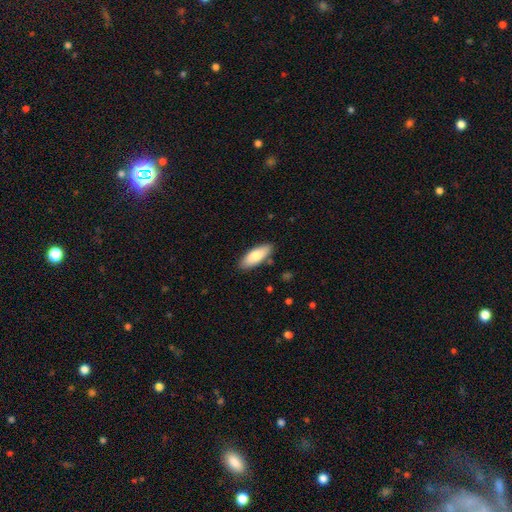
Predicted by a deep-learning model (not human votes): Smooth or featured? Predicted: smooth (p=0.78). How rounded? Predicted: in between (p=0.73). Merging? Predicted: none (p=0.86).